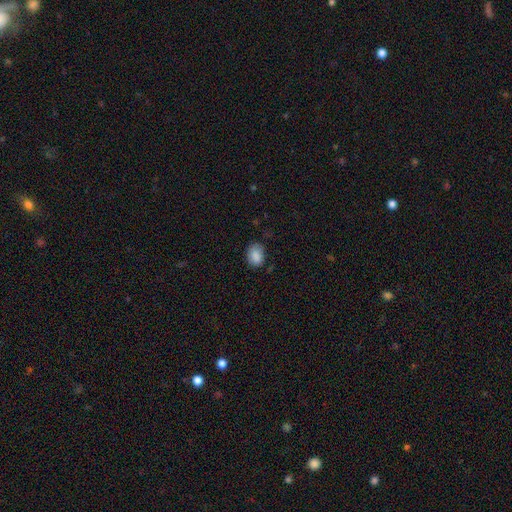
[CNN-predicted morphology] Q: Smooth or featured?
A: smooth (87%); runner-up: star or artifact (8%)
Q: How rounded?
A: in between (68%); runner-up: round (31%)
Q: Merging?
A: none (73%); runner-up: minor disturbance (21%)